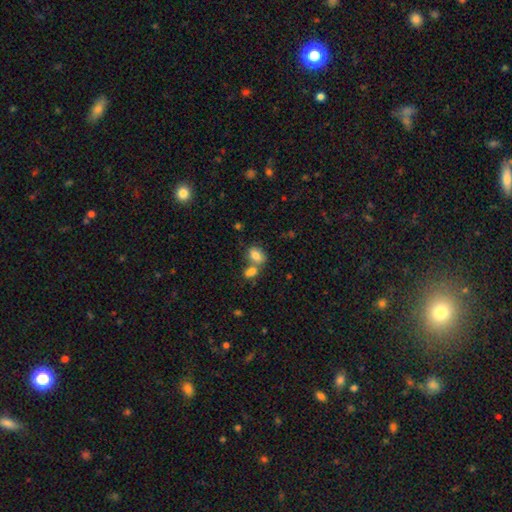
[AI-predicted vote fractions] smooth 81%, featured or disk 10%, star or artifact 9%. Down the decision tree: how rounded — in between (81%); merging — merger (45%).